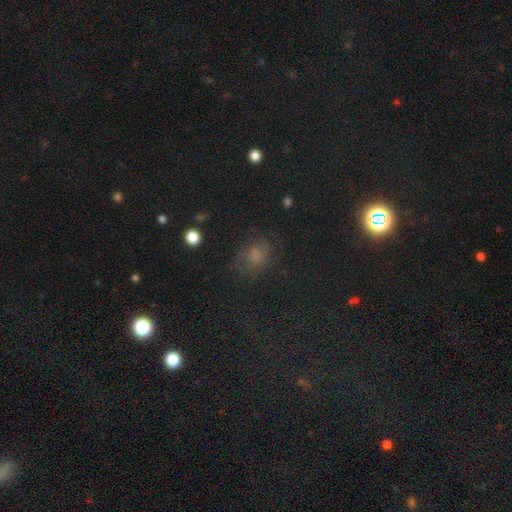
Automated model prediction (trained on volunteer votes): smooth_or_featured: smooth (p=0.62) [alt: star or artifact p=0.27]
how_rounded: round (p=0.51) [alt: in between p=0.47]
merging: none (p=0.66) [alt: minor disturbance p=0.20]